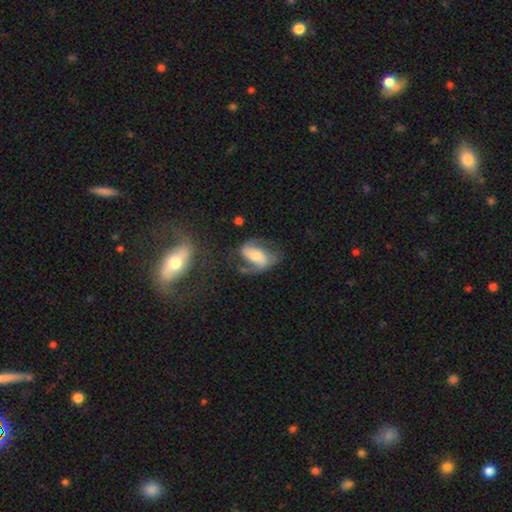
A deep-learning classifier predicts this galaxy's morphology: Smooth or featured? Predicted: featured or disk (p=0.71). Edge-on disk? Predicted: no (p=0.96). Bar? Predicted: no (p=0.41). Spiral arms? Predicted: yes (p=0.88). Spiral winding? Predicted: medium (p=0.43). Spiral arm count? Predicted: 2 (p=0.81). Bulge size? Predicted: moderate (p=0.55). Merging? Predicted: none (p=0.50).